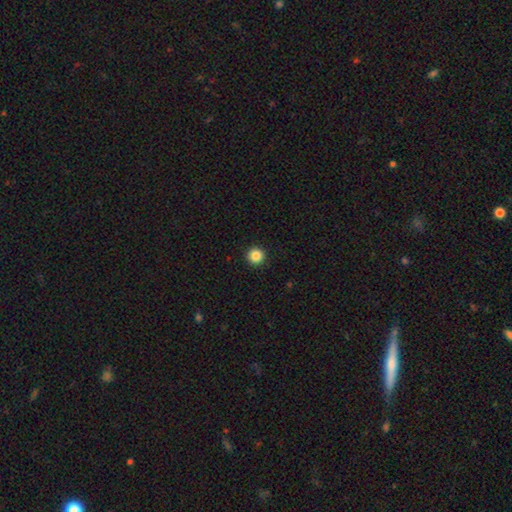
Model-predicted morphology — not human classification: A smooth galaxy with no disk features (86%) that is round (96%). Merging: none (94%).